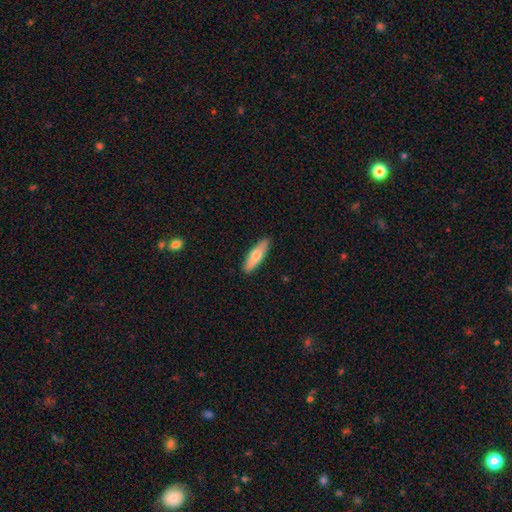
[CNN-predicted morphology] Overall: smooth (70%). How rounded: cigar-shaped (58%; in between 40%). Merging: none (89%).